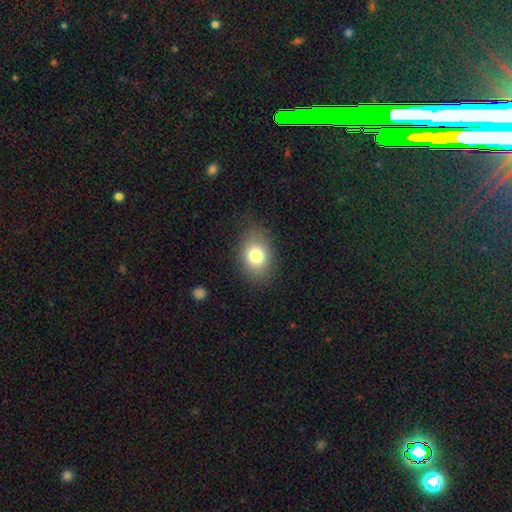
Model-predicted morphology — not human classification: Overall: smooth (78%). How rounded: in between (71%). Merging: none (82%).